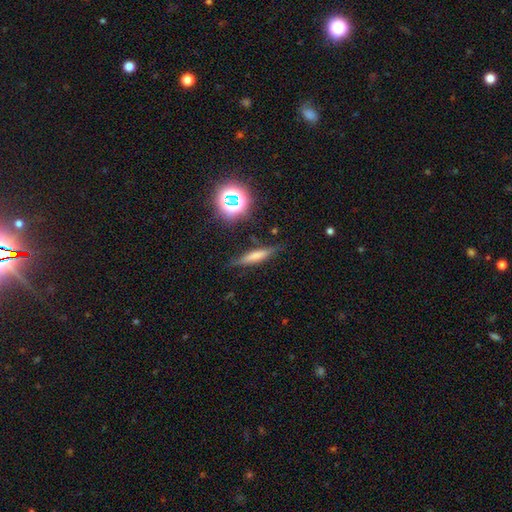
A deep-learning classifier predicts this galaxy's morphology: This appears to be a smooth galaxy with no disk features (60%) that is cigar-shaped (83%). Merging: none (79%).